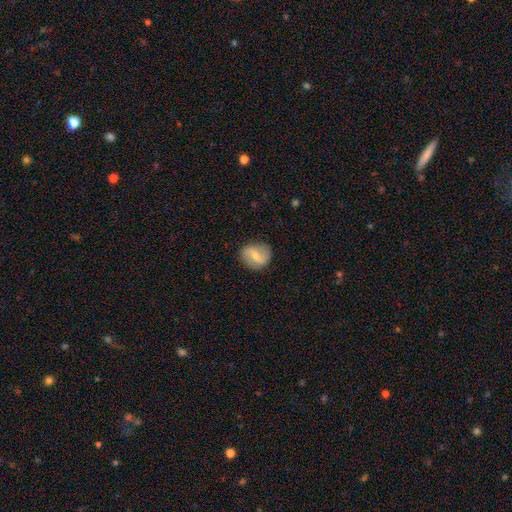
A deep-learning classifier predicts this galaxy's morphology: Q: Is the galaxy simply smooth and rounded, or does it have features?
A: featured or disk — 56%.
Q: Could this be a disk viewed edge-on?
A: no — 96%.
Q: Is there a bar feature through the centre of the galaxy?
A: weak — 47%.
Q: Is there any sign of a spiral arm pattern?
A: yes — 79%.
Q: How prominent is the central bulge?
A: small — 48%.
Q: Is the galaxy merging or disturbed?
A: none — 82%.